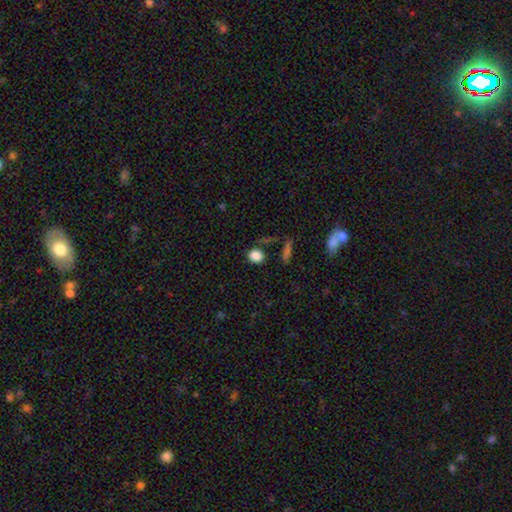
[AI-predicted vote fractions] Overall: smooth (86%). How rounded: round (65%; in between 33%). Merging: none (78%).